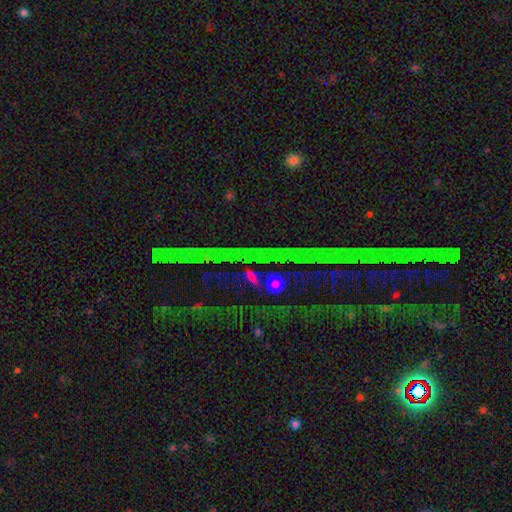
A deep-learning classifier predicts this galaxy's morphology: Smooth or featured? star or artifact (81%)